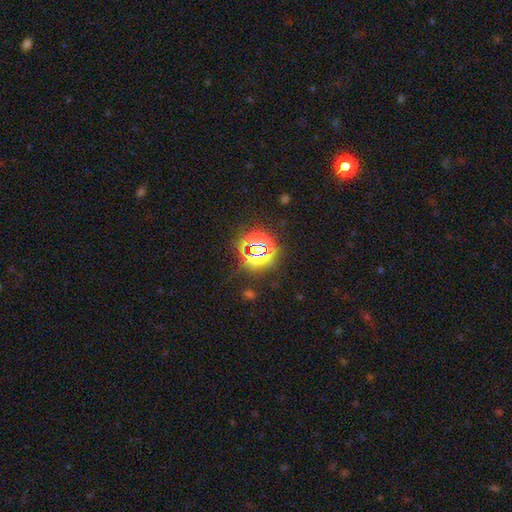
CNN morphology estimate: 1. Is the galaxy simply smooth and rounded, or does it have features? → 74% star or artifact, 21% smooth, 5% featured or disk.